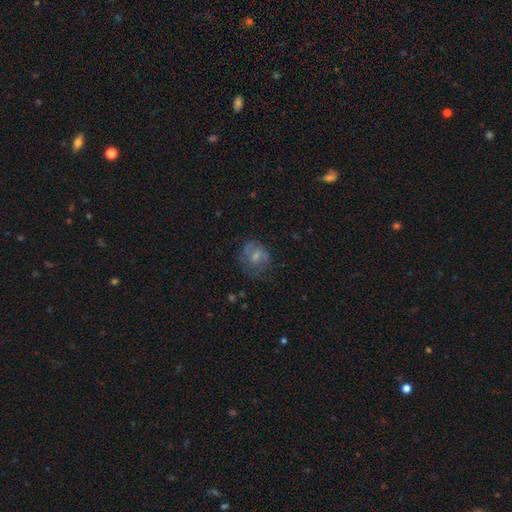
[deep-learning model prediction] Q: Smooth or featured?
A: smooth (48%); runner-up: featured or disk (42%)
Q: Merging?
A: none (55%); runner-up: minor disturbance (24%)